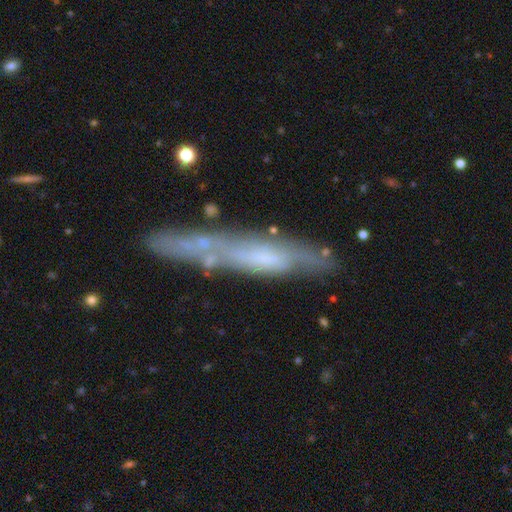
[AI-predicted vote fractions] Smooth or featured? featured or disk (61%)
Edge-on disk? yes (69%)
Merging? none (71%)